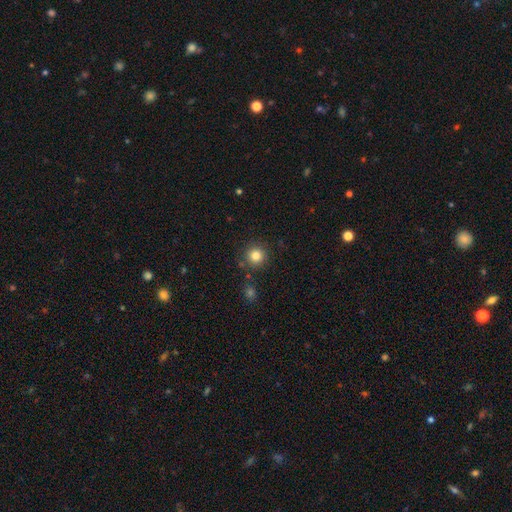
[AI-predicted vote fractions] smooth_or_featured: smooth (p=0.82) [alt: star or artifact p=0.12]
how_rounded: round (p=0.93) [alt: in between p=0.06]
merging: none (p=0.85) [alt: minor disturbance p=0.08]